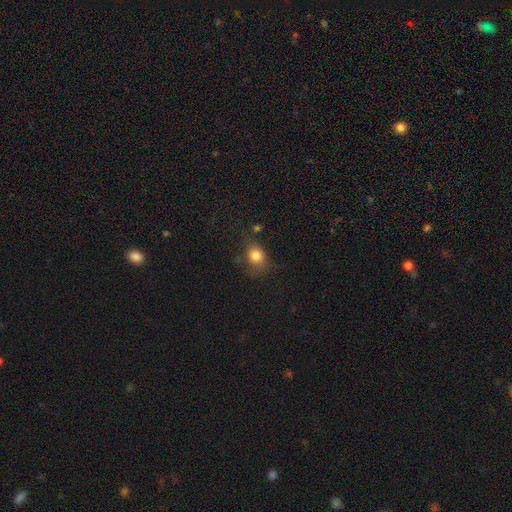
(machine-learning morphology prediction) A smooth galaxy with no disk features (81%) that is round (56%).

Vote fractions:
- Smooth or featured? smooth: 81% / star or artifact: 11% / featured or disk: 8%
- How rounded? round: 56% / in between: 43% / cigar-shaped: 1%
- Merging? none: 57% / minor disturbance: 26% / major disturbance: 12% / merger: 4%